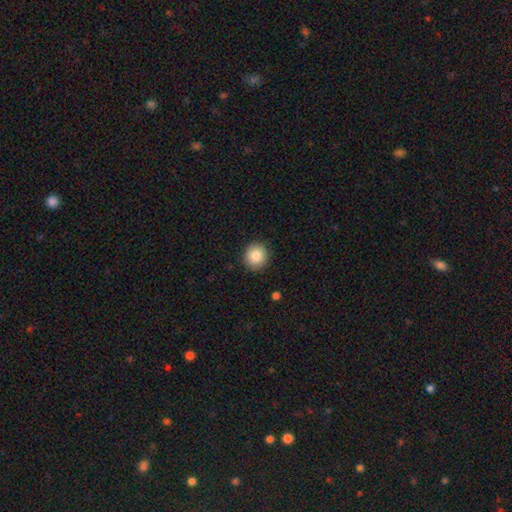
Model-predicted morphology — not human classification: This is clearly a smooth galaxy (85%). How rounded: clearly round (89%). Merging: clearly none (90%).